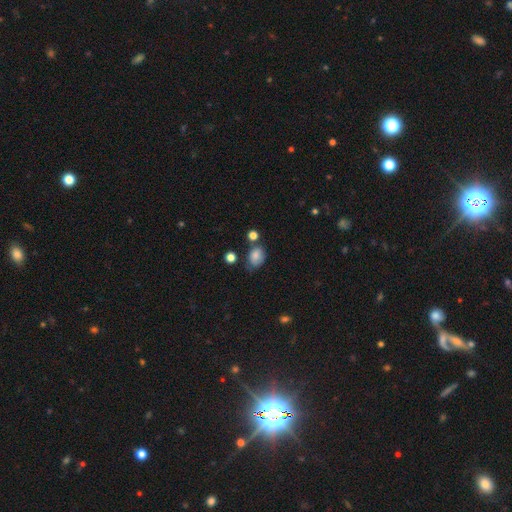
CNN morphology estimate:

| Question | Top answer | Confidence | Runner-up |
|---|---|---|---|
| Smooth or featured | smooth | 79% | featured or disk (11%) |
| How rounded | in between | 70% | round (29%) |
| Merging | none | 54% | minor disturbance (28%) |